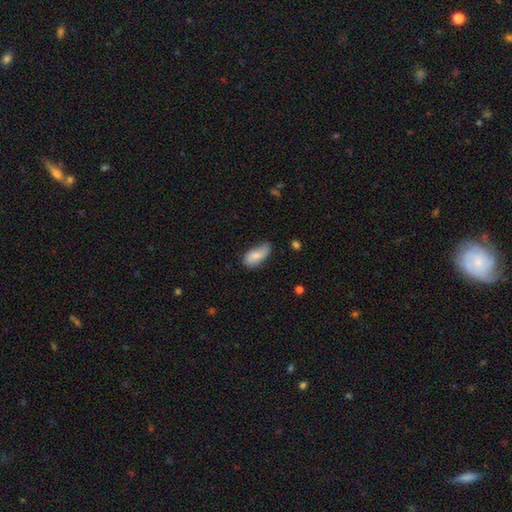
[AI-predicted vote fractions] The model was most divided on "merging": none: 52%, minor disturbance: 37%, major disturbance: 9%, merger: 3%. More confident: how rounded — in between (89%); smooth or featured — smooth (75%).